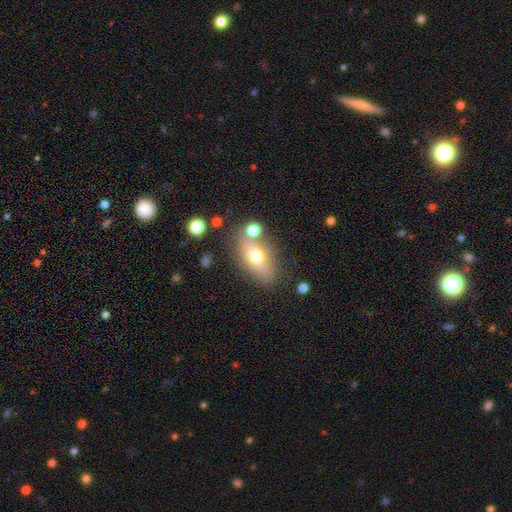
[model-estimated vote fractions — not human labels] This is likely a smooth galaxy (65%). How rounded: clearly in between (81%). Merging: likely none (65%).